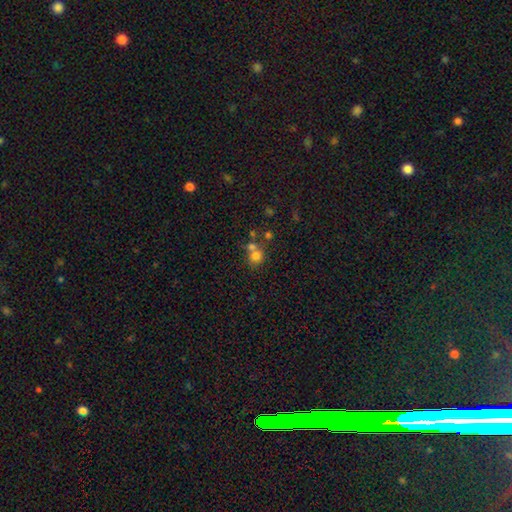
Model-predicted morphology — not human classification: Overall: smooth (73%). How rounded: round (83%). Merging: none (48%; merger 39%).